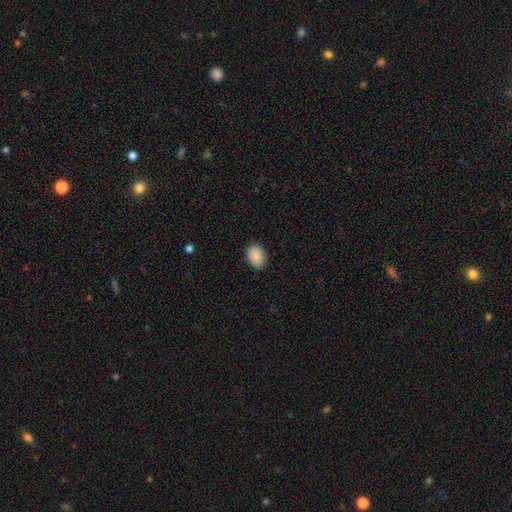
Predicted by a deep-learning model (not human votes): smooth 89%, star or artifact 7%, featured or disk 3%. Down the decision tree: how rounded — in between (73%); merging — none (86%).